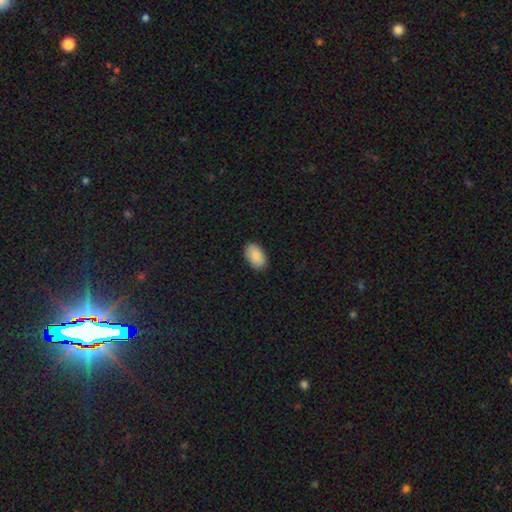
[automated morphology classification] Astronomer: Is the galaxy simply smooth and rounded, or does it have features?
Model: smooth — 90%.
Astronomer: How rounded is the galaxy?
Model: in between — 94%.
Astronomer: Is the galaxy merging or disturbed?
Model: none — 89%.